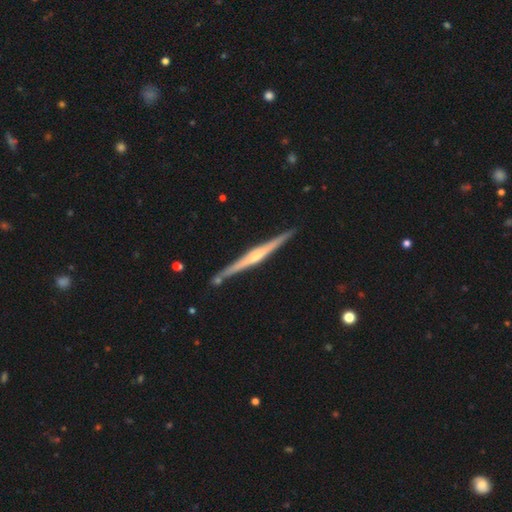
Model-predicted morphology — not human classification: A featured or disk galaxy (85%) viewed edge-on (98%) with a rounded central bulge (72%).

Vote fractions:
- Smooth or featured? featured or disk: 85% / smooth: 10% / star or artifact: 5%
- Edge-on disk? yes: 98% / no: 2%
- Edge-on bulge? rounded: 72% / none: 14% / boxy: 13%
- Merging? none: 89% / minor disturbance: 8% / merger: 2% / major disturbance: 2%